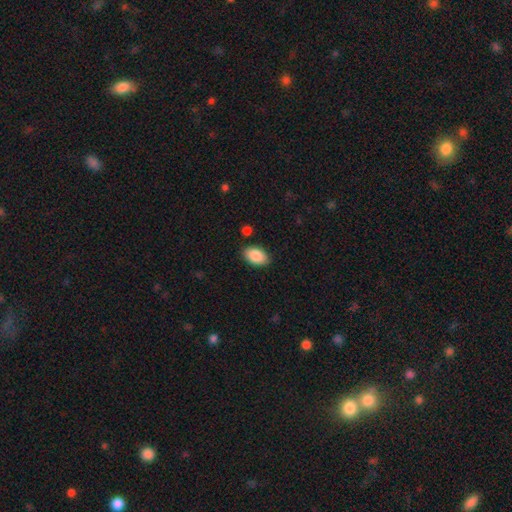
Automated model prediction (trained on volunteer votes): smooth 88%, star or artifact 6%, featured or disk 5%. Down the decision tree: how rounded — in between (93%); merging — none (86%).